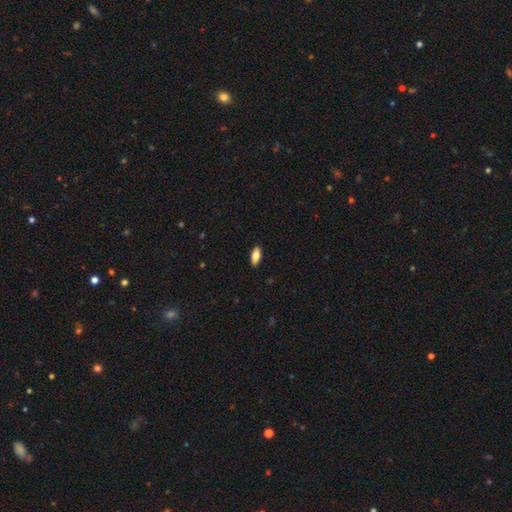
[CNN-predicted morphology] The model was most divided on "smooth or featured": smooth: 73%, featured or disk: 20%, star or artifact: 6%. More confident: merging — none (90%); how rounded — in between (80%).